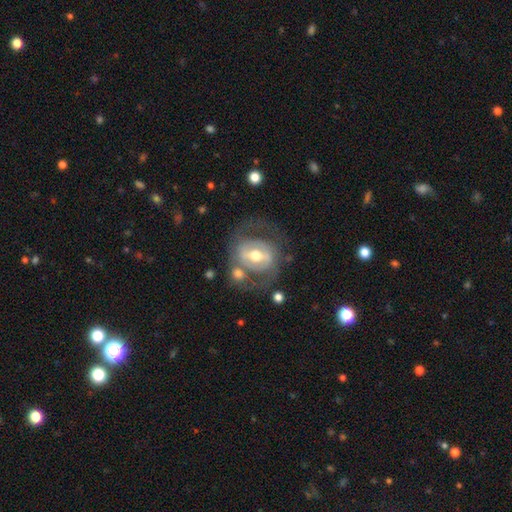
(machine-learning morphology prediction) smooth-or-featured: featured or disk: 73% | smooth: 21% | star or artifact: 6%
  disk-edge-on: no: 95% | yes: 5%
    bar: strong: 44% | weak: 35% | no: 21%
    has-spiral-arms: yes: 52% | no: 48%
    bulge-size: moderate: 75% | small: 12% | large: 11% | dominant: 1% | none: 1%
  merging: none: 56% | major disturbance: 17% | minor disturbance: 17% | merger: 10%